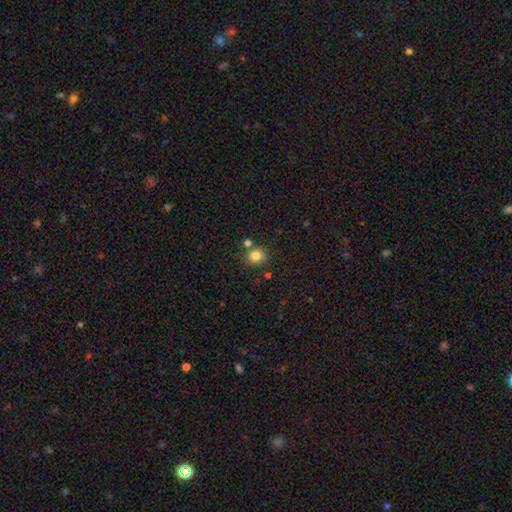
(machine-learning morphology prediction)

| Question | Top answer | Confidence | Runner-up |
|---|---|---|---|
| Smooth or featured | smooth | 81% | star or artifact (12%) |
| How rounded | round | 78% | in between (22%) |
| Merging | none | 77% | merger (11%) |